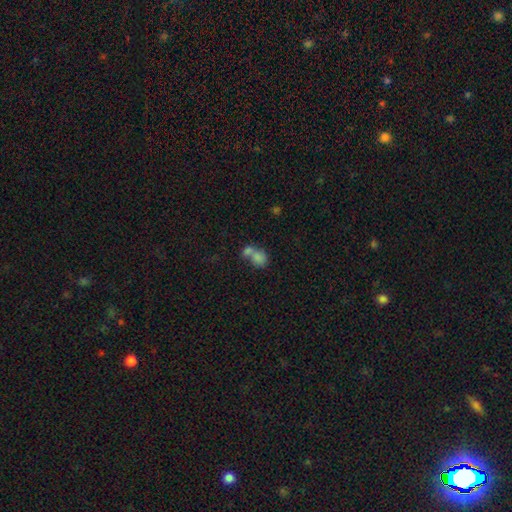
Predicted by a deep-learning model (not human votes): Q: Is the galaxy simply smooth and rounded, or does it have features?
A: smooth — 77%.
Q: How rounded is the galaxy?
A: in between — 53%.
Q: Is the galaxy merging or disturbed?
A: merger — 67%.